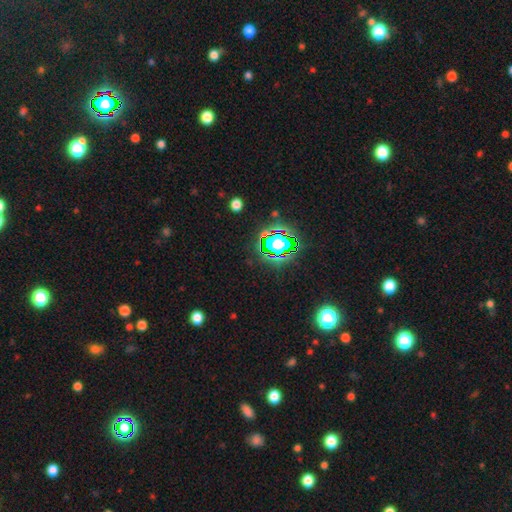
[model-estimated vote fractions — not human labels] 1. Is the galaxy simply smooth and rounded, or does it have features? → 81% star or artifact, 11% smooth, 7% featured or disk.